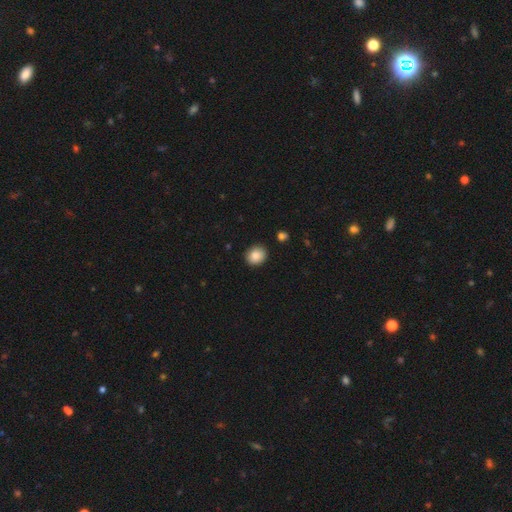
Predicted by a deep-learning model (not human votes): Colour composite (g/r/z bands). It shows a smooth galaxy with no disk features (86%) that is round (66%). Merging: none (88%).